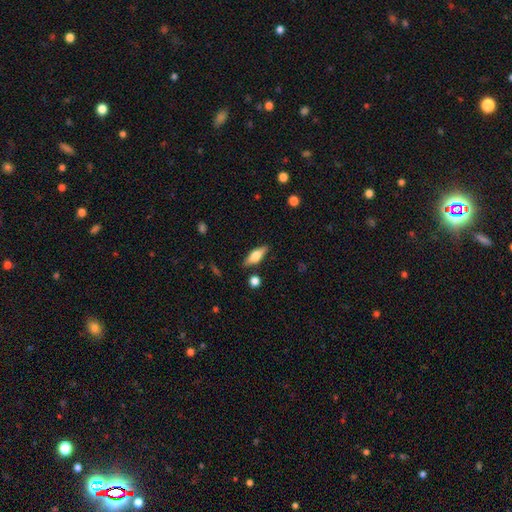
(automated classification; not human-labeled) smooth 54%, featured or disk 39%, star or artifact 7%. Down the decision tree: how rounded — in between (55%); merging — none (84%).